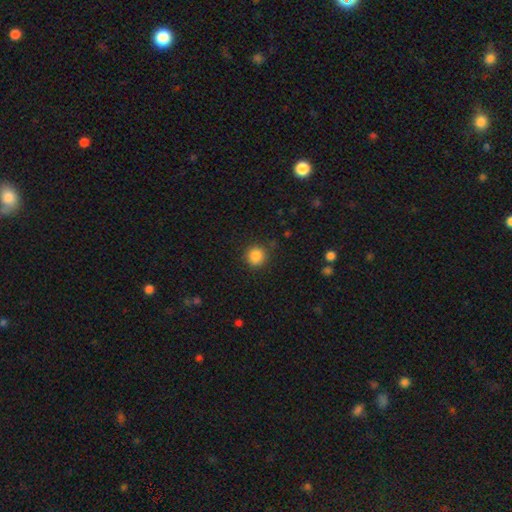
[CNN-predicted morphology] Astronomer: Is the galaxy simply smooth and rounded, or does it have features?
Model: smooth — 87%.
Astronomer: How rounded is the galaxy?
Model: round — 90%.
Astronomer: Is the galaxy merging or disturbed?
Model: none — 86%.